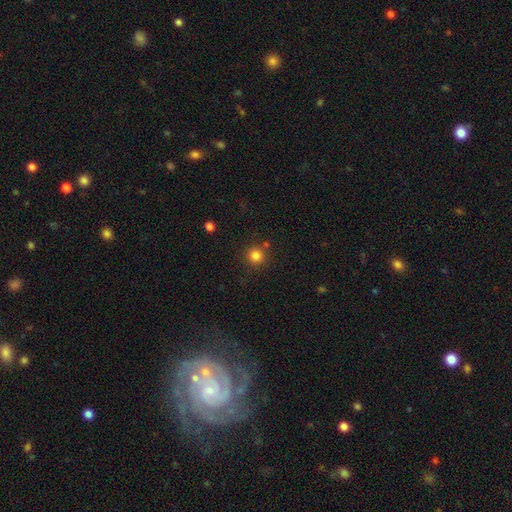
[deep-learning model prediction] Smooth or featured? Predicted: smooth (p=0.83). How rounded? Predicted: round (p=0.93). Merging? Predicted: none (p=0.80).